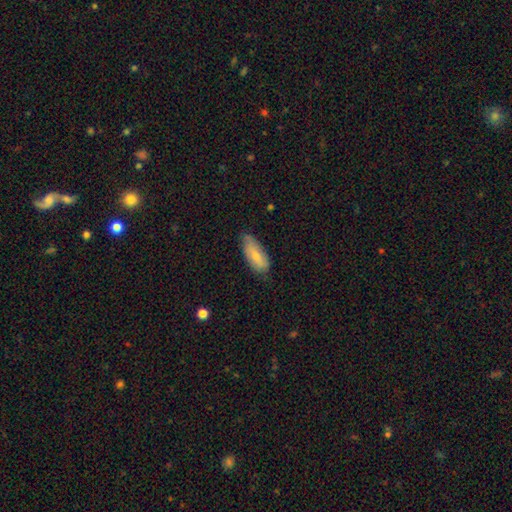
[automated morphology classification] A smooth galaxy with no disk features (74%) that is in between round and cigar-shaped (82%). Merging: none (63%).